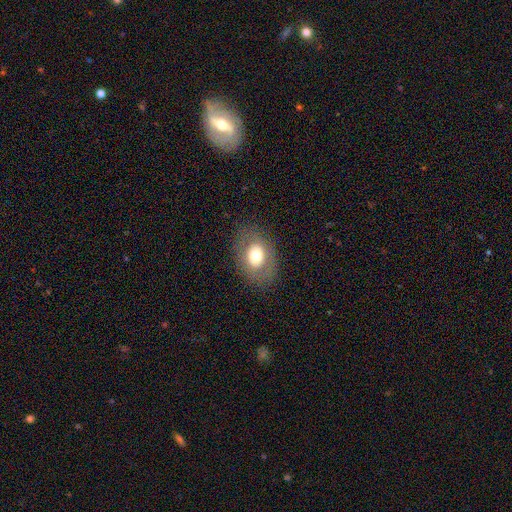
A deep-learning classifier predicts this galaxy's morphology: Smooth or featured?
  - smooth: 64% *
  - featured or disk: 27%
  - star or artifact: 9%
How rounded?
  - in between: 71% *
  - round: 28%
  - cigar-shaped: 1%
Merging?
  - none: 81% *
  - minor disturbance: 12%
  - major disturbance: 6%
  - merger: 1%